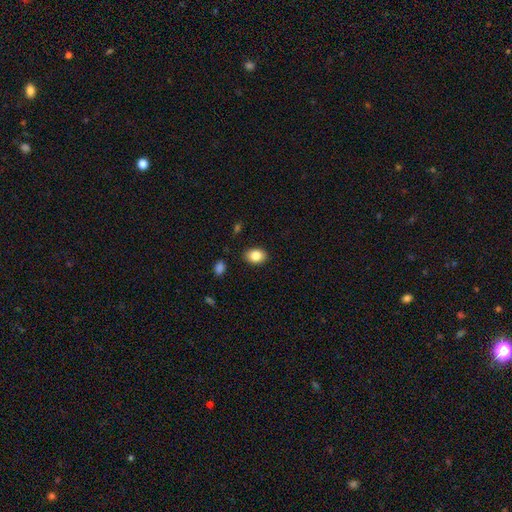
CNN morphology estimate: Smooth or featured? smooth (85%)
How rounded? in between (74%)
Merging? none (87%)